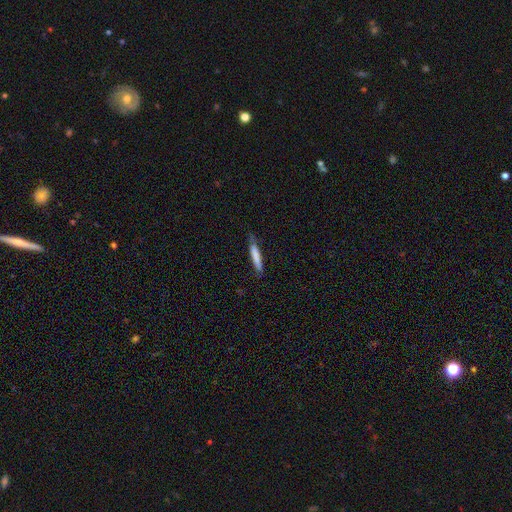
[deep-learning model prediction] smooth_or_featured: smooth (p=0.76) [alt: featured or disk p=0.18]
how_rounded: cigar-shaped (p=0.92) [alt: in between p=0.07]
merging: none (p=0.72) [alt: minor disturbance p=0.22]